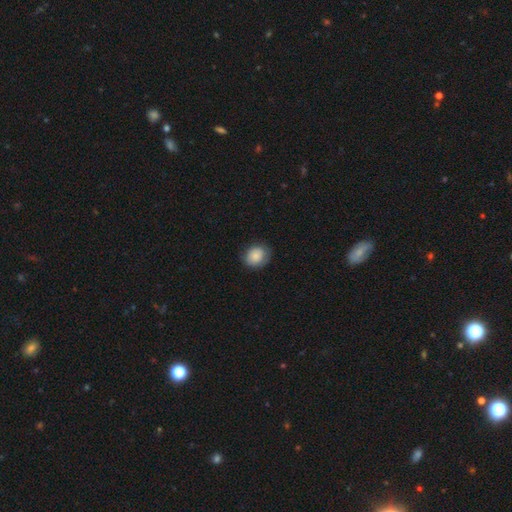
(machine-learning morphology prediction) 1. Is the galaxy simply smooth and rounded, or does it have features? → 84% smooth, 8% featured or disk, 8% star or artifact.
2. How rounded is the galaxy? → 65% round, 34% in between, 1% cigar-shaped.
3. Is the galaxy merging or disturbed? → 78% none, 17% minor disturbance, 4% major disturbance, 1% merger.